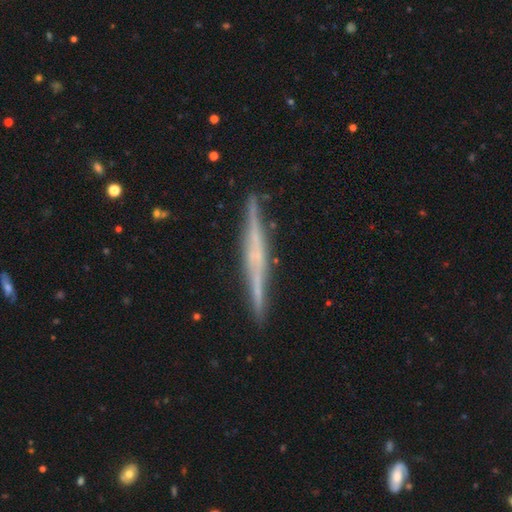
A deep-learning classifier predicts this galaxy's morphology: This appears to be a featured or disk galaxy (76%) viewed edge-on (98%) with no central bulge (55%). Merging: none (90%).